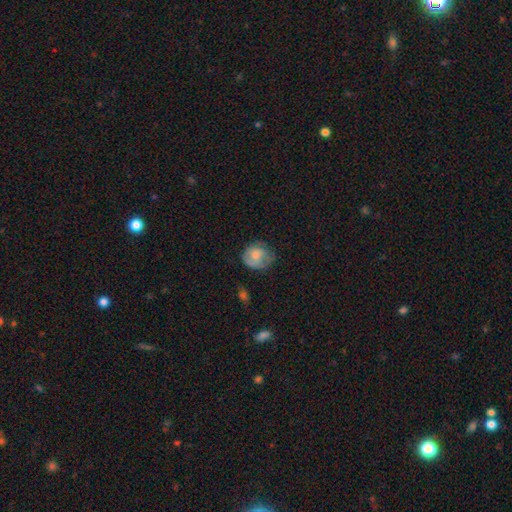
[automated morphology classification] A smooth galaxy with no disk features (58%) that is round (69%). Merging: none (55%).